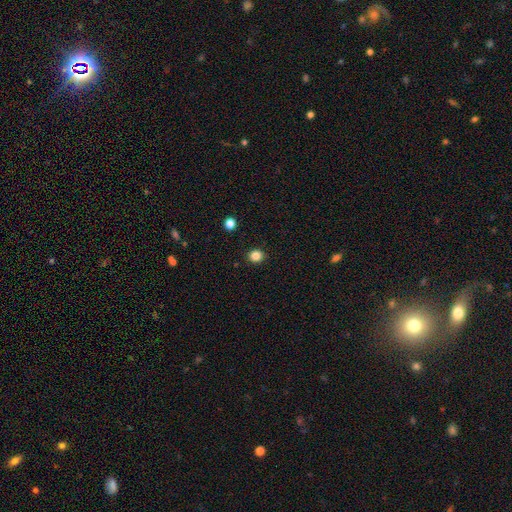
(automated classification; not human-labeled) smooth_or_featured: smooth (p=0.84) [alt: star or artifact p=0.12]
how_rounded: round (p=0.86) [alt: in between p=0.13]
merging: none (p=0.92) [alt: minor disturbance p=0.05]